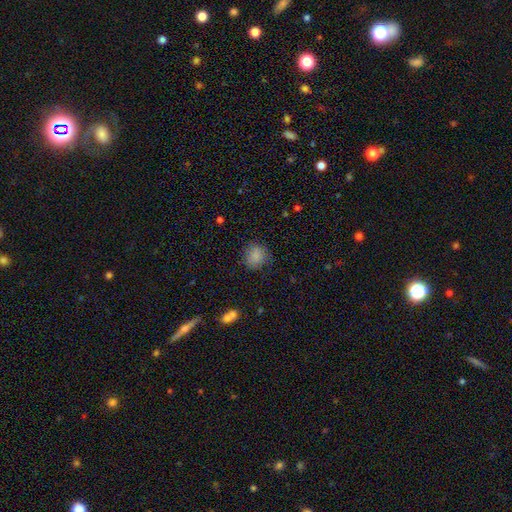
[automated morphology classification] This appears to be a smooth galaxy with no disk features (83%) that is round (82%). Merging: none (77%).